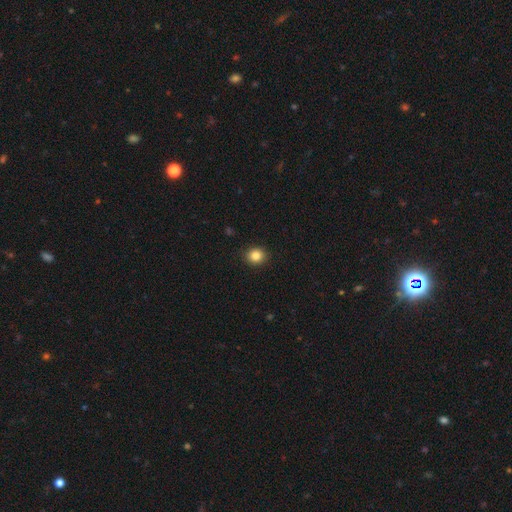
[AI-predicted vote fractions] smooth 85%, star or artifact 11%, featured or disk 4%. Down the decision tree: how rounded — round (80%); merging — none (91%).